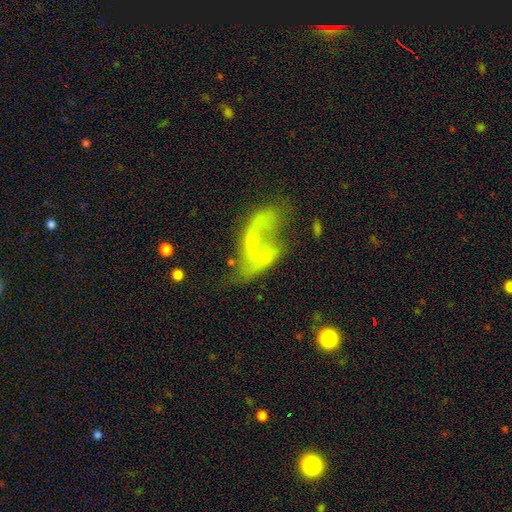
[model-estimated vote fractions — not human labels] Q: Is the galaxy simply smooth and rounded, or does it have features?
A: featured or disk — 67%.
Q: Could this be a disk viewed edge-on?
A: no — 94%.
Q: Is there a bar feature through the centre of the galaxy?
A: no — 59%.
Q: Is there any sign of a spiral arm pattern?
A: yes — 52%.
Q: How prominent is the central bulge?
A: small — 37%.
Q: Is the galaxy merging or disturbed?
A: major disturbance — 35%.